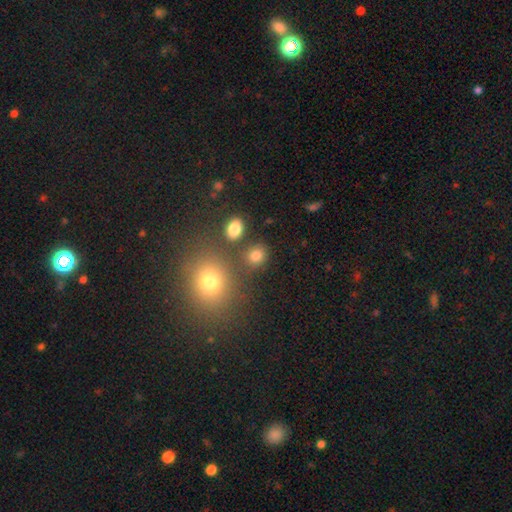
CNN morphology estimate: Overall: smooth (79%). How rounded: round (61%; in between 38%). Merging: none (75%).